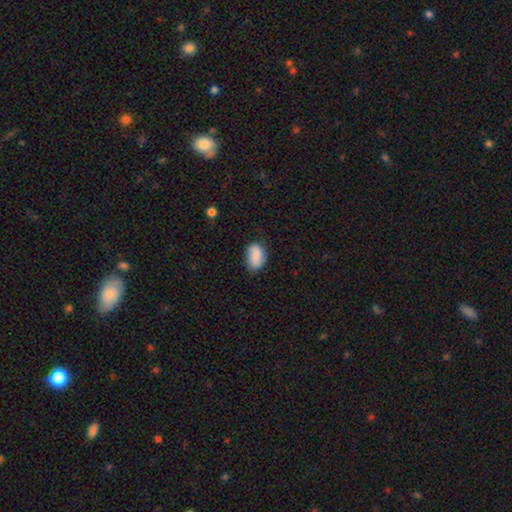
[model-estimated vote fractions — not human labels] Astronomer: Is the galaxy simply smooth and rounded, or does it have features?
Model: smooth — 69%.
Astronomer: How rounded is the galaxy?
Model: in between — 87%.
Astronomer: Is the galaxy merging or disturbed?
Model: none — 76%.